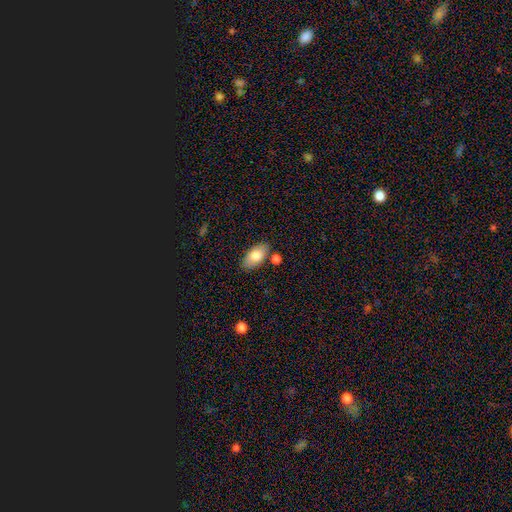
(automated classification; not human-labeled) Q: Smooth or featured?
A: smooth (81%); runner-up: featured or disk (13%)
Q: How rounded?
A: in between (93%); runner-up: round (4%)
Q: Merging?
A: none (79%); runner-up: minor disturbance (12%)